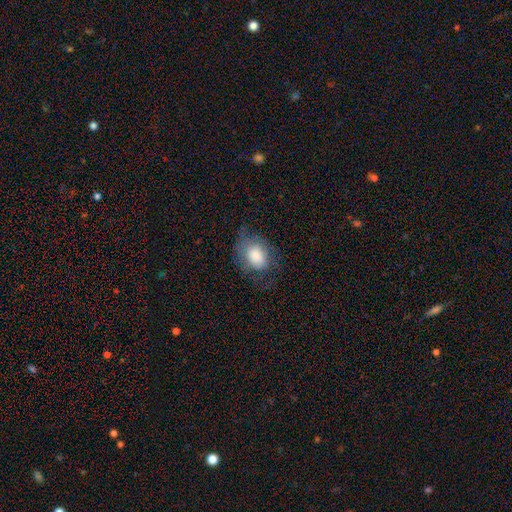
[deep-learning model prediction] Smooth or featured? smooth (74%)
How rounded? in between (70%)
Merging? none (57%)